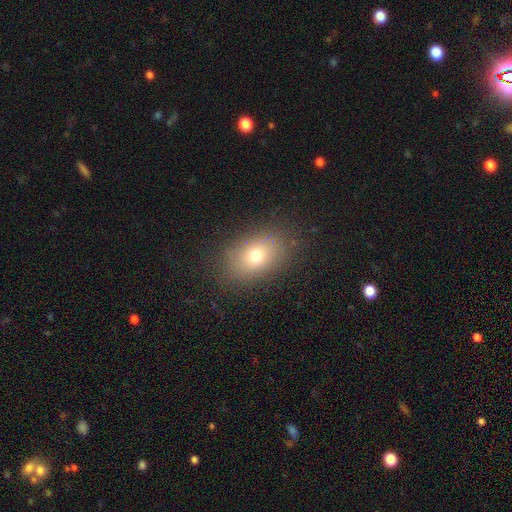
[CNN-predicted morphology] Q: Smooth or featured?
A: smooth (72%); runner-up: featured or disk (14%)
Q: How rounded?
A: in between (76%); runner-up: round (22%)
Q: Merging?
A: none (83%); runner-up: minor disturbance (11%)